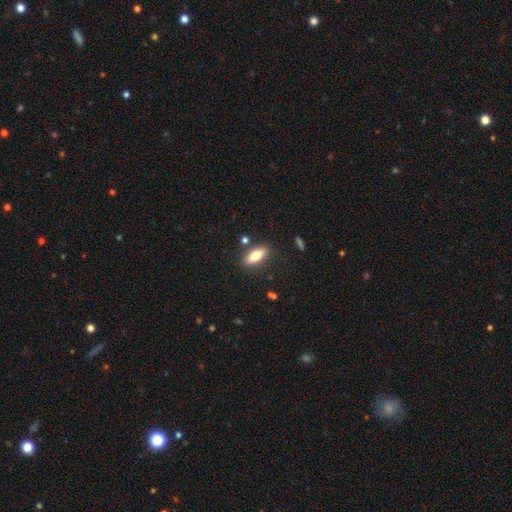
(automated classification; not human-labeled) smooth_or_featured: smooth (p=0.73) [alt: featured or disk p=0.20]
how_rounded: in between (p=0.74) [alt: cigar-shaped p=0.23]
merging: none (p=0.83) [alt: minor disturbance p=0.10]